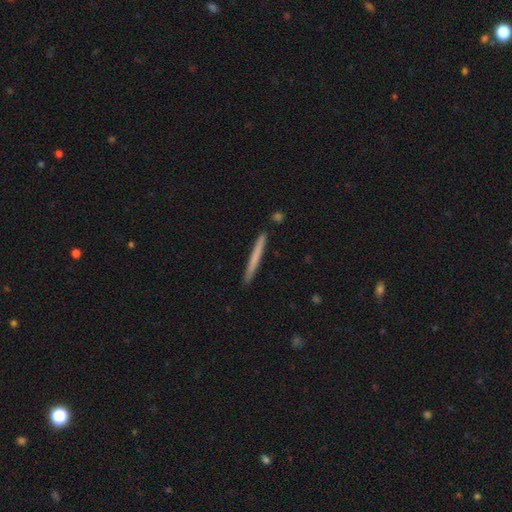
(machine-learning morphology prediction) Smooth or featured?
  - smooth: 65% *
  - featured or disk: 30%
  - star or artifact: 5%
How rounded?
  - cigar-shaped: 97% *
  - in between: 1%
  - round: 1%
Merging?
  - none: 91% *
  - minor disturbance: 6%
  - merger: 2%
  - major disturbance: 1%